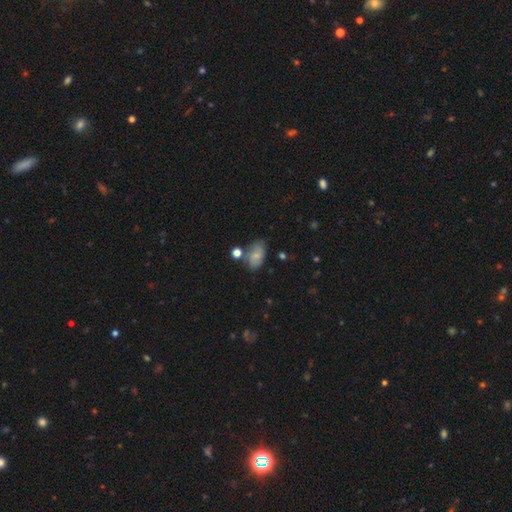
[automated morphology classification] Overall: smooth (66%). How rounded: in between (87%). Merging: none (58%; minor disturbance 24%).